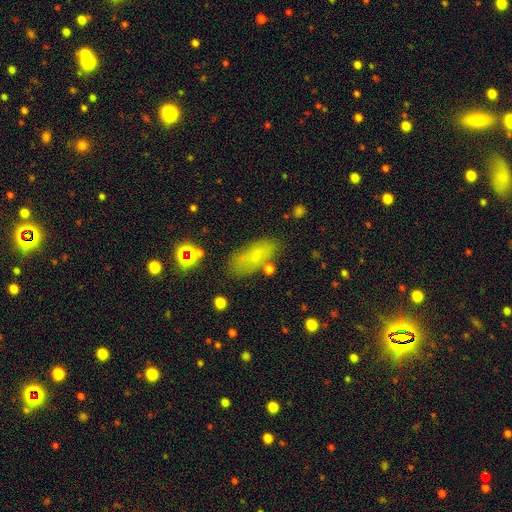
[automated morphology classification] Smooth or featured? smooth (68%)
How rounded? in between (81%)
Merging? none (71%)